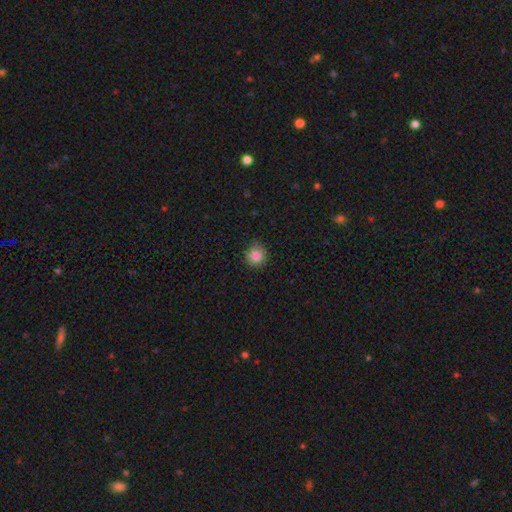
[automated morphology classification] This appears to be a smooth galaxy with no disk features (86%) that is round (94%). Merging: none (85%).